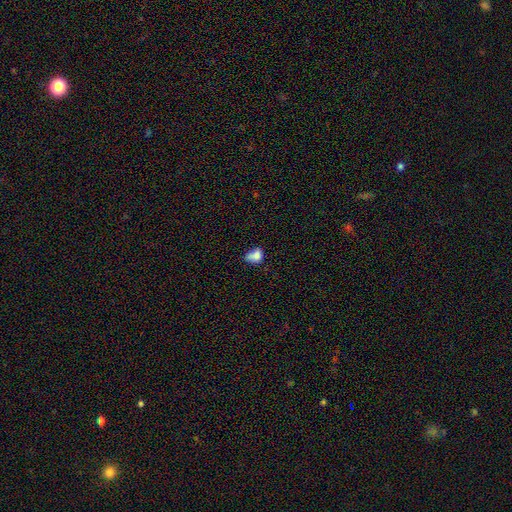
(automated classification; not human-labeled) Smooth or featured?
  - smooth: 78% *
  - star or artifact: 11%
  - featured or disk: 11%
How rounded?
  - in between: 68% *
  - round: 30%
  - cigar-shaped: 2%
Merging?
  - minor disturbance: 36% *
  - none: 29%
  - major disturbance: 20%
  - merger: 15%